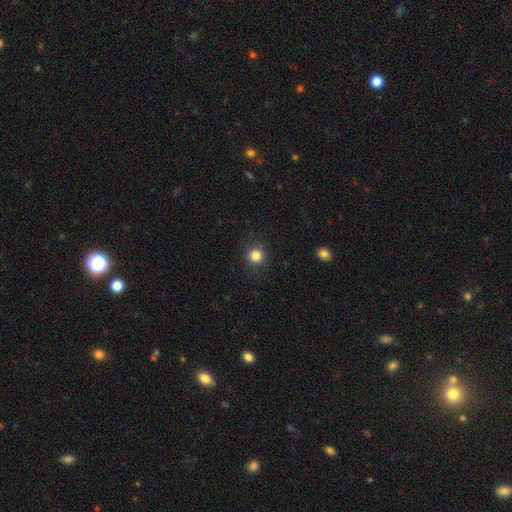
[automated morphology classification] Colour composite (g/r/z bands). It shows a smooth galaxy with no disk features (84%) that is round (92%). Merging: none (89%).